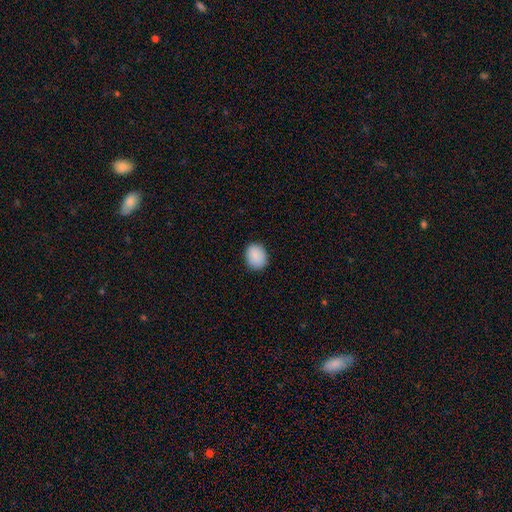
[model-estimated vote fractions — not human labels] Q: Smooth or featured?
A: smooth (90%); runner-up: star or artifact (7%)
Q: How rounded?
A: round (55%); runner-up: in between (44%)
Q: Merging?
A: none (88%); runner-up: minor disturbance (9%)